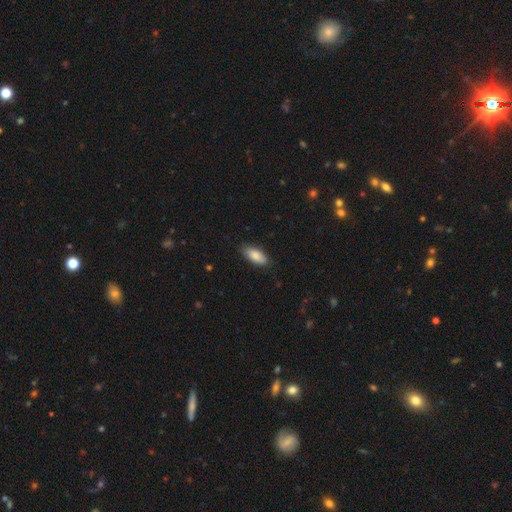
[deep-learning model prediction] smooth_or_featured: smooth (p=0.86) [alt: featured or disk p=0.08]
how_rounded: in between (p=0.83) [alt: cigar-shaped p=0.15]
merging: none (p=0.84) [alt: minor disturbance p=0.13]